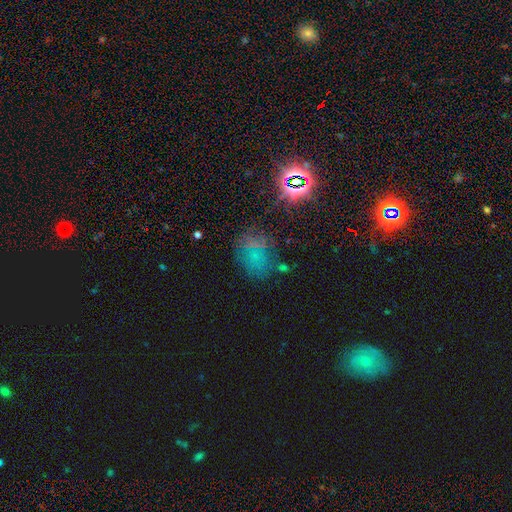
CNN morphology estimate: This is marginally a star or artifact rather than a galaxy (45%).